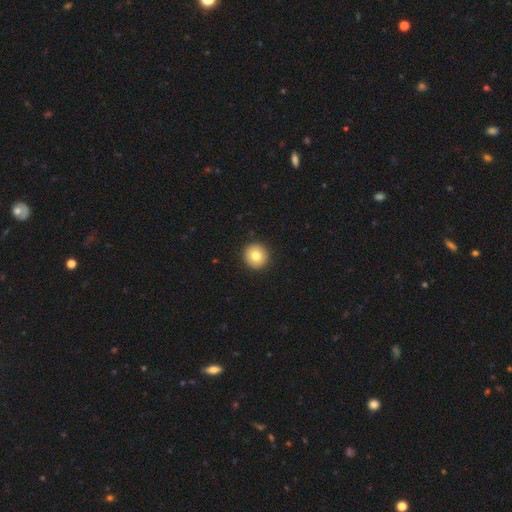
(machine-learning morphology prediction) A smooth galaxy with no disk features (80%) that is round (95%). Merging: none (93%).